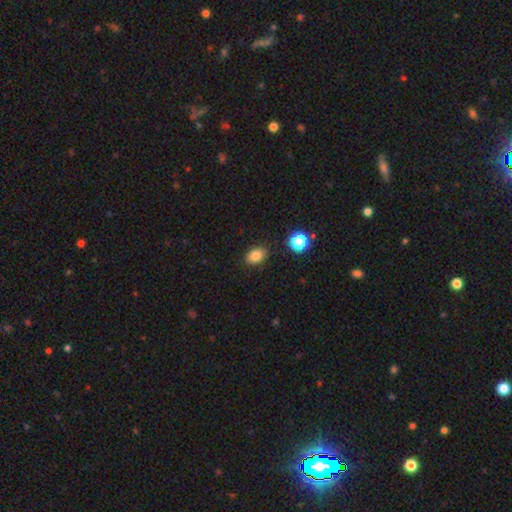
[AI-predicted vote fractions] A smooth galaxy with no disk features (82%) that is in between round and cigar-shaped (77%).

Vote fractions:
- Smooth or featured? smooth: 82% / star or artifact: 11% / featured or disk: 6%
- How rounded? in between: 77% / round: 22% / cigar-shaped: 1%
- Merging? none: 85% / minor disturbance: 10% / major disturbance: 3% / merger: 2%